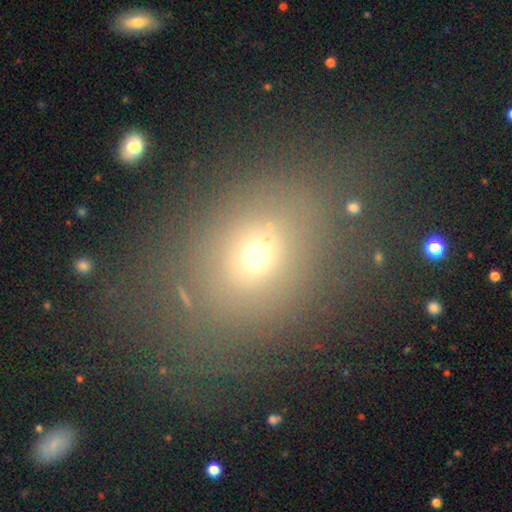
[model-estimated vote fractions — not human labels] Morphology: type=smooth (61%); roundness=in between (56%); merging=none (68%).